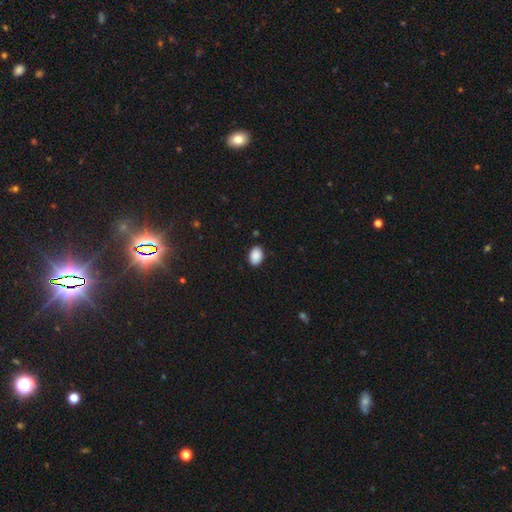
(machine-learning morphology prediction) smooth 90%, star or artifact 7%, featured or disk 3%. Down the decision tree: how rounded — in between (84%); merging — none (88%).